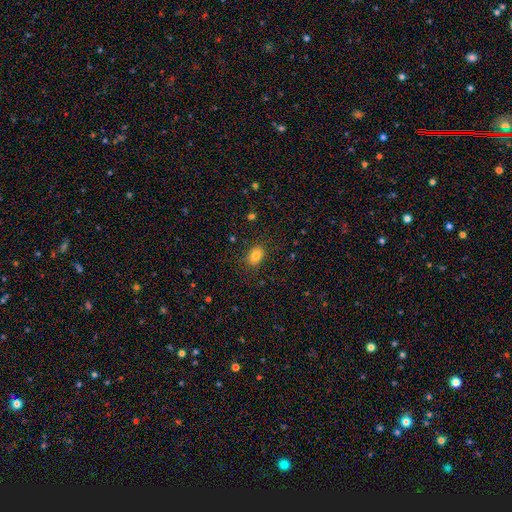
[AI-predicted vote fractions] smooth_or_featured: smooth (p=0.80) [alt: star or artifact p=0.11]
how_rounded: in between (p=0.77) [alt: round p=0.21]
merging: none (p=0.83) [alt: minor disturbance p=0.12]